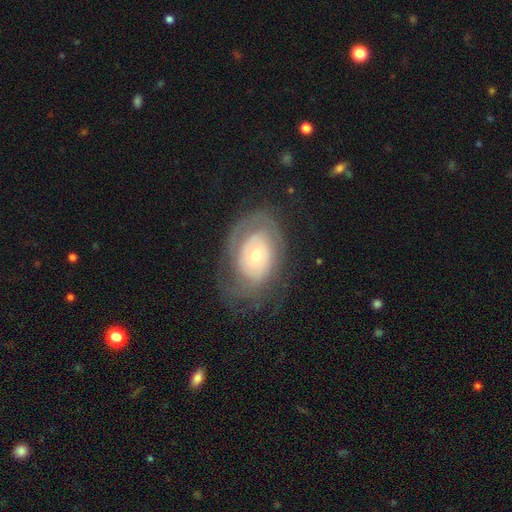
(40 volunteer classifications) Overall: featured or disk (92%). Edge-on disk: no (100%). Bar: no (65%; weak 27%). Spiral arms: yes (65%; no 35%). Spiral arm count: can't tell (42%; 2 21%). Spiral winding: tight (46%; medium 33%). Bulge size: moderate (54%; small 38%). Merging: none (46%; major disturbance 28%).